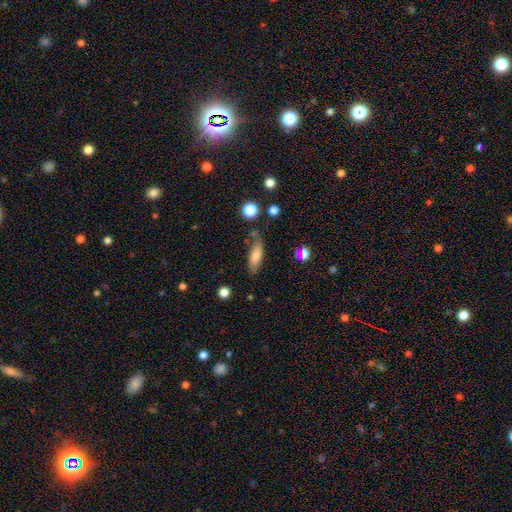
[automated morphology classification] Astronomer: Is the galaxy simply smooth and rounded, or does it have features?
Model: smooth — 74%.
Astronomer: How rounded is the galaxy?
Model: in between — 63%.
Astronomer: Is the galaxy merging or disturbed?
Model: none — 65%.